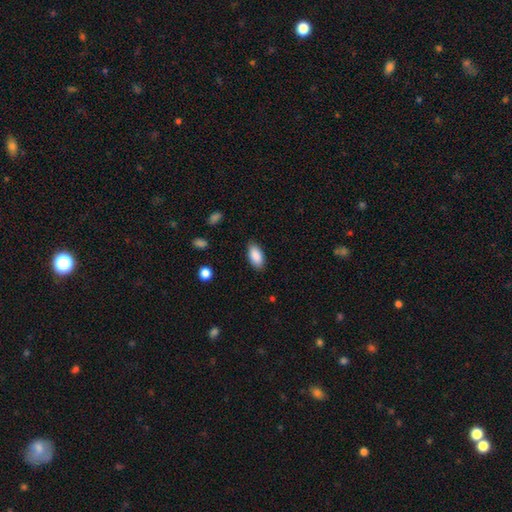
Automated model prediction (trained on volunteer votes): A smooth galaxy with no disk features (89%) that is in between round and cigar-shaped (92%). Merging: none (86%).